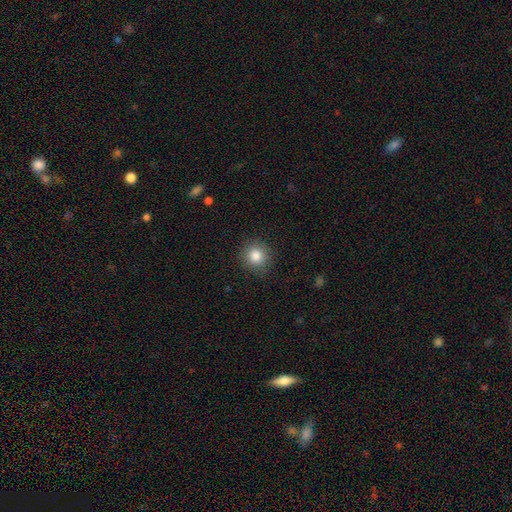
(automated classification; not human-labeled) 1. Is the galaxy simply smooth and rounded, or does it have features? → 84% smooth, 10% star or artifact, 6% featured or disk.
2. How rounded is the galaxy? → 90% round, 9% in between, 1% cigar-shaped.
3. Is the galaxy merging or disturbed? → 89% none, 8% minor disturbance, 2% major disturbance, 1% merger.